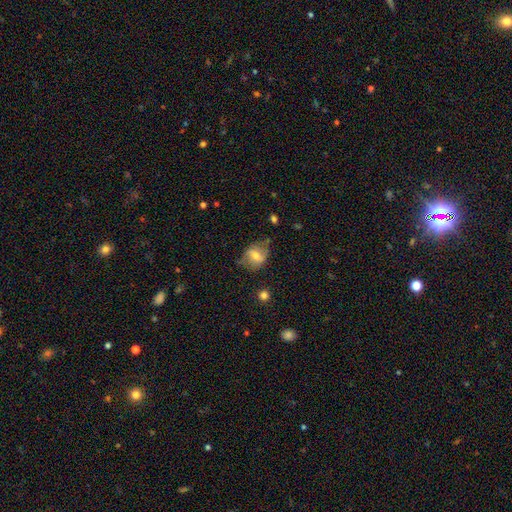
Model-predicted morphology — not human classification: type=smooth (48%); merging=none (62%).